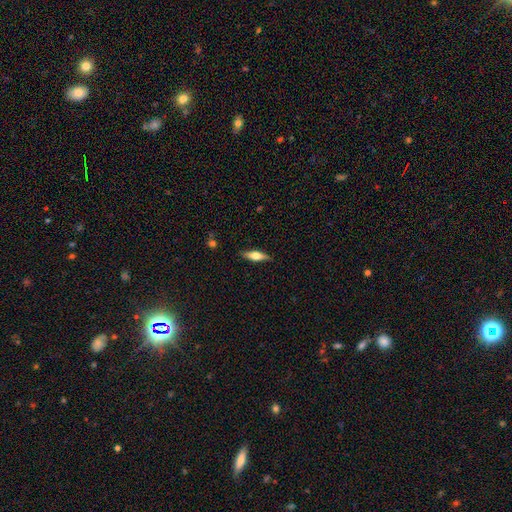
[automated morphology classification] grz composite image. It shows a smooth galaxy with no disk features (54%) that is cigar-shaped (54%). Merging: none (85%).